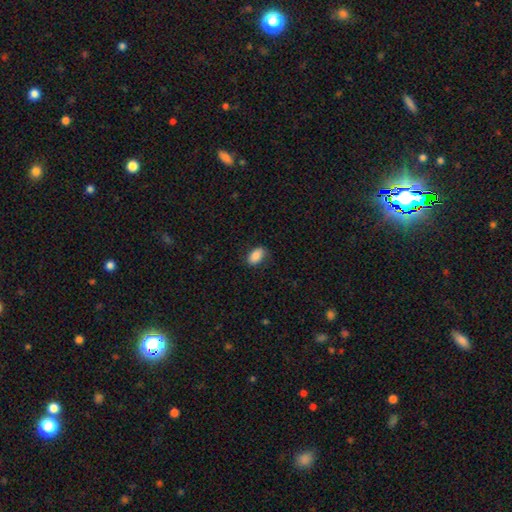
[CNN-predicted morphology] Q: Smooth or featured?
A: smooth (87%); runner-up: star or artifact (7%)
Q: How rounded?
A: in between (92%); runner-up: round (6%)
Q: Merging?
A: none (83%); runner-up: minor disturbance (13%)